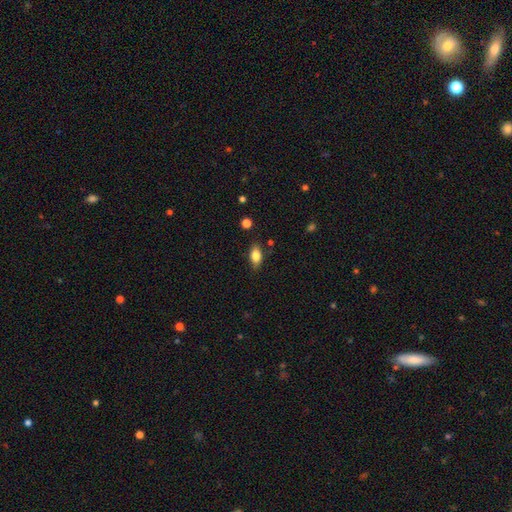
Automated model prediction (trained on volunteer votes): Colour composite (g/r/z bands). It shows a smooth galaxy with no disk features (79%) that is in between round and cigar-shaped (86%). Merging: none (82%).